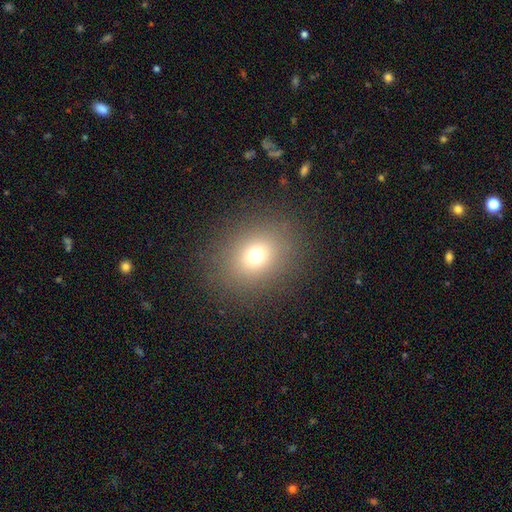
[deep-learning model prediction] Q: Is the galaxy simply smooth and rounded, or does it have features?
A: smooth — 70%.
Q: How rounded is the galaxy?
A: round — 59%.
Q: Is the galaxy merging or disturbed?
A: none — 86%.